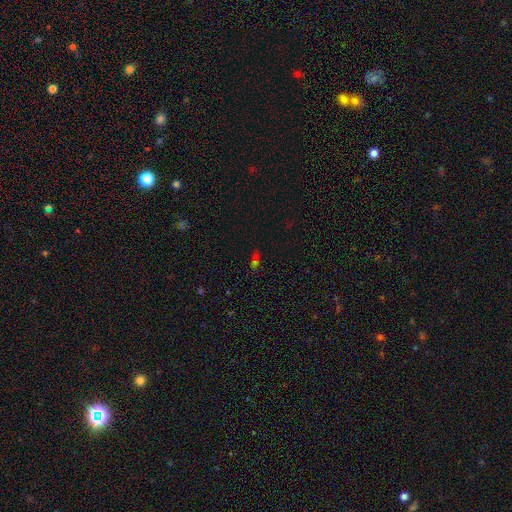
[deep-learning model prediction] Smooth or featured? Predicted: smooth (p=0.52). How rounded? Predicted: in between (p=0.63). Merging? Predicted: none (p=0.67).